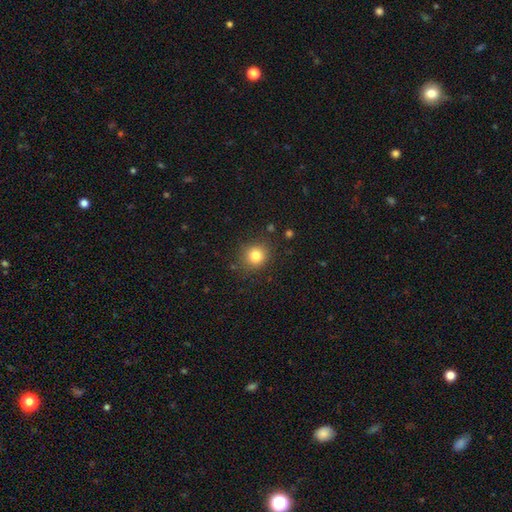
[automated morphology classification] This appears to be a smooth galaxy with no disk features (81%) that is round (84%). Merging: none (86%).